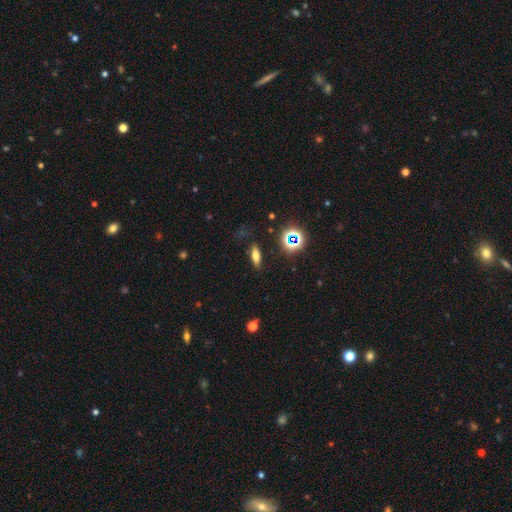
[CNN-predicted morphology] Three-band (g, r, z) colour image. It shows a smooth galaxy with no disk features (61%) that is in between round and cigar-shaped (52%). Merging: none (85%).